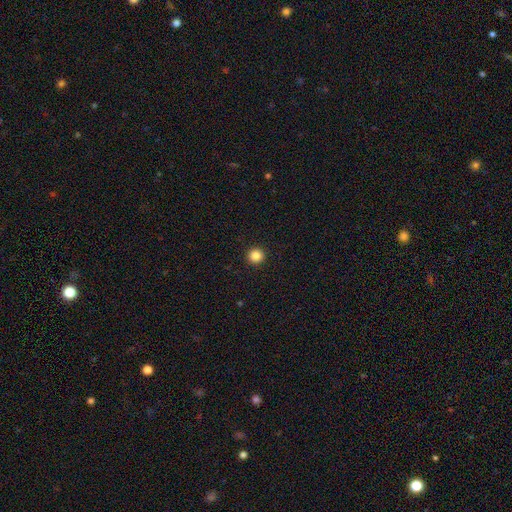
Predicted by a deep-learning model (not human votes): This appears to be a smooth galaxy with no disk features (85%) that is round (95%). Merging: none (94%).